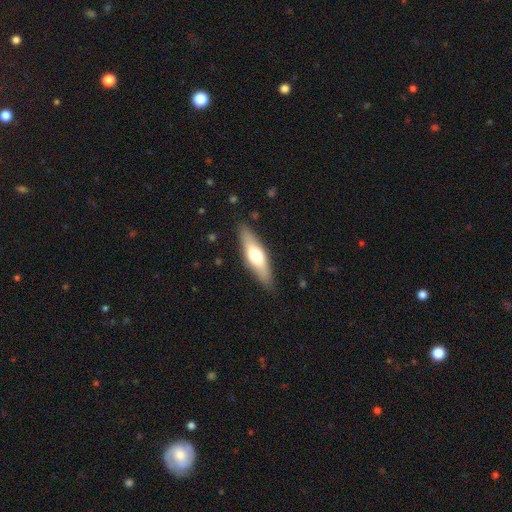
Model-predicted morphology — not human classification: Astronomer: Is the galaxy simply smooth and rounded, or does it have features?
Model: smooth — 54% (runner-up: featured or disk, 41%).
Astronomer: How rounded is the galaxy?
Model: cigar-shaped — 61% (runner-up: in between, 37%).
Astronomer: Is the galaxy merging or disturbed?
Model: none — 87%.